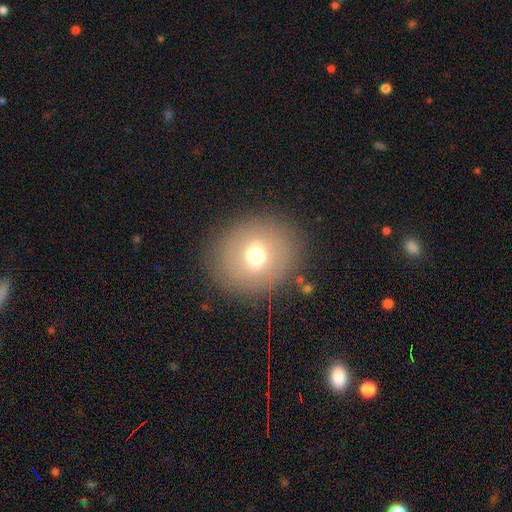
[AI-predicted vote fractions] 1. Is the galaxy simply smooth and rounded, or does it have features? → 62% smooth, 22% featured or disk, 16% star or artifact.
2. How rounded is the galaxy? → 80% round, 19% in between, 1% cigar-shaped.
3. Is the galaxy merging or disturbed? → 85% none, 9% minor disturbance, 5% major disturbance, 2% merger.